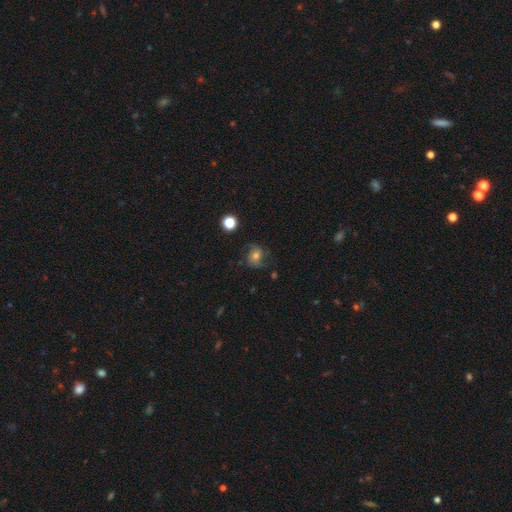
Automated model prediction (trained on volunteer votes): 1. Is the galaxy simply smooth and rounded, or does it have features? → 43% featured or disk (tied), 43% smooth (tied), 15% star or artifact.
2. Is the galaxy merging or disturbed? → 64% none, 21% minor disturbance, 13% major disturbance, 2% merger.